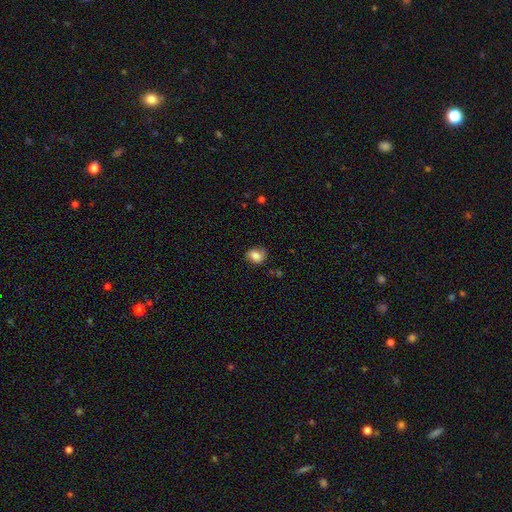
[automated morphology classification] A smooth galaxy with no disk features (76%) that is in between round and cigar-shaped (52%). Merging: none (66%).